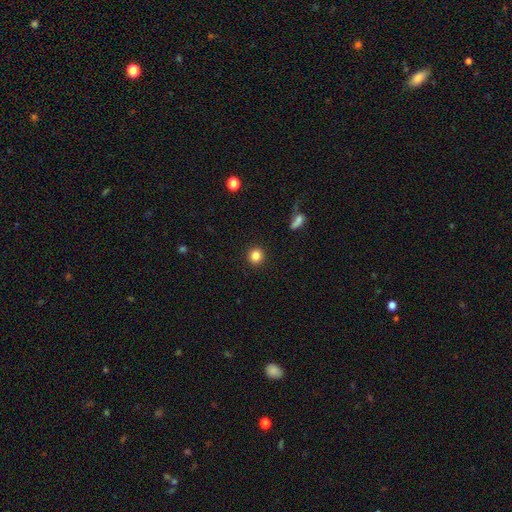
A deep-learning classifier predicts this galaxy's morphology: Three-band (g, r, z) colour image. It shows a smooth galaxy with no disk features (85%) that is round (92%). Merging: none (92%).